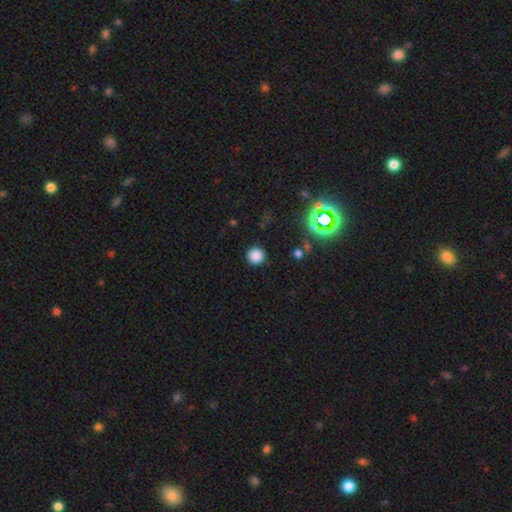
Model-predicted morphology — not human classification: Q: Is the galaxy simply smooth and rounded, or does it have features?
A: smooth — 81%.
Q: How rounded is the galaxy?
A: round — 95%.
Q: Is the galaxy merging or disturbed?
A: none — 90%.